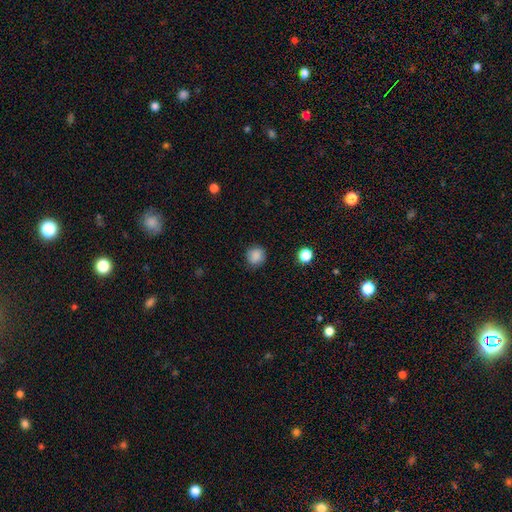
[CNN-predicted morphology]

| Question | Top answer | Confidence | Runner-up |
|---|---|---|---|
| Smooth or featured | smooth | 86% | star or artifact (10%) |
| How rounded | round | 86% | in between (13%) |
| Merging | none | 82% | minor disturbance (13%) |